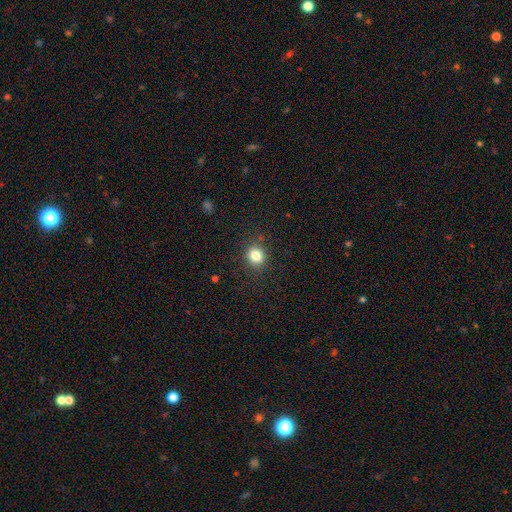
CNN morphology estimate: smooth-or-featured: smooth: 82% | star or artifact: 12% | featured or disk: 6%
  how-rounded: round: 79% | in between: 20% | cigar-shaped: 1%
  merging: none: 86% | minor disturbance: 9% | major disturbance: 3% | merger: 1%